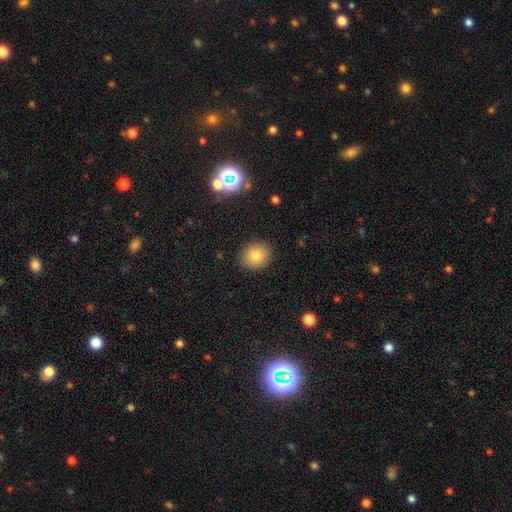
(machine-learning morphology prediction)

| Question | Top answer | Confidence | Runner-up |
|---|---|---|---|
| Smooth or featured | smooth | 79% | star or artifact (11%) |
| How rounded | round | 80% | in between (19%) |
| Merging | none | 89% | minor disturbance (7%) |